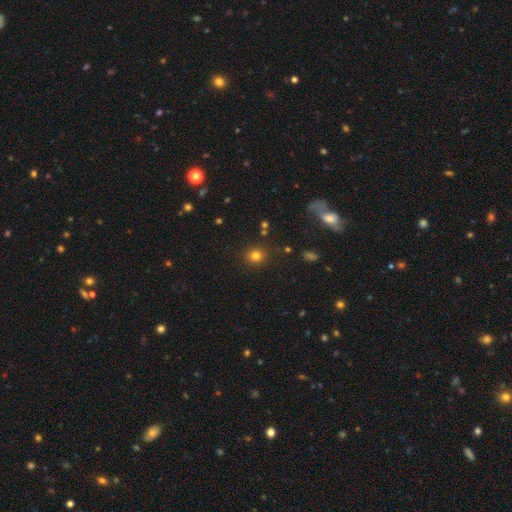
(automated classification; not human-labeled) smooth_or_featured: smooth (p=0.79) [alt: star or artifact p=0.15]
how_rounded: round (p=0.82) [alt: in between p=0.17]
merging: none (p=0.87) [alt: minor disturbance p=0.08]